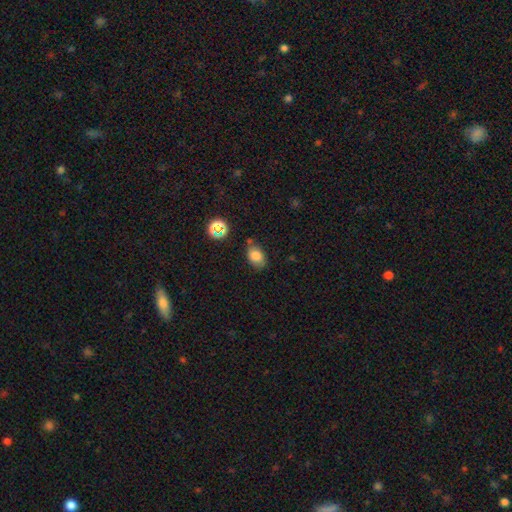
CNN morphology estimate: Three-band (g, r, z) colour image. It shows a smooth galaxy with no disk features (79%) that is in between round and cigar-shaped (76%). Merging: none (69%).